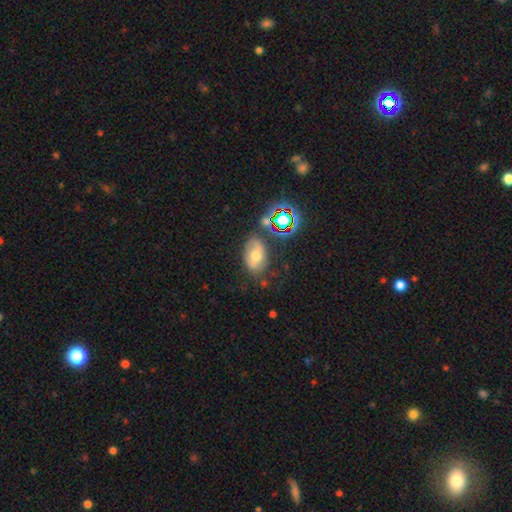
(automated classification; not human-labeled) smooth 46%, featured or disk 37%, star or artifact 16%. Down the decision tree: merging — none (61%).